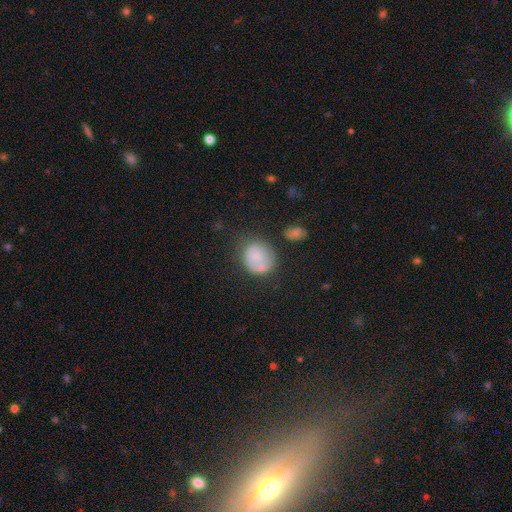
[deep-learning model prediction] This is likely a smooth galaxy (73%). How rounded: likely round (74%). Merging: possibly none (58%).